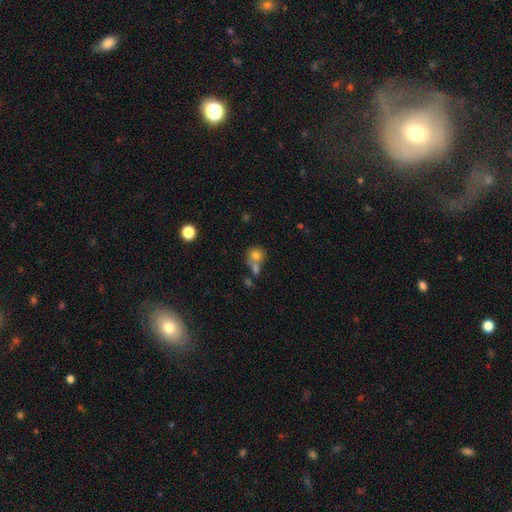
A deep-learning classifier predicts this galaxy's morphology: Smooth or featured?
  - smooth: 75% *
  - featured or disk: 14%
  - star or artifact: 12%
How rounded?
  - round: 81% *
  - in between: 18%
  - cigar-shaped: 1%
Merging?
  - merger: 44% *
  - none: 40%
  - minor disturbance: 10%
  - major disturbance: 5%